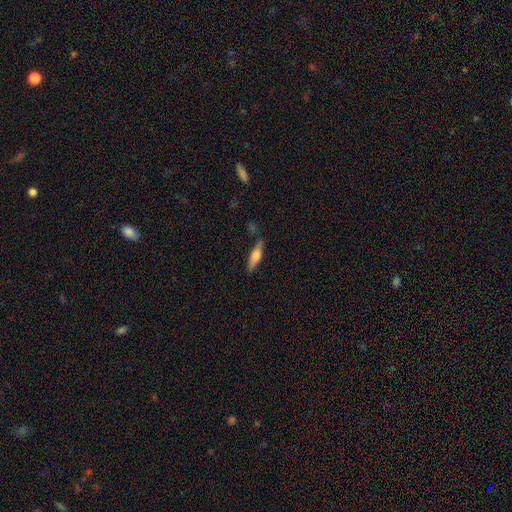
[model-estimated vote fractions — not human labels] This appears to be a smooth galaxy with no disk features (56%) that is cigar-shaped (67%). Merging: none (77%).